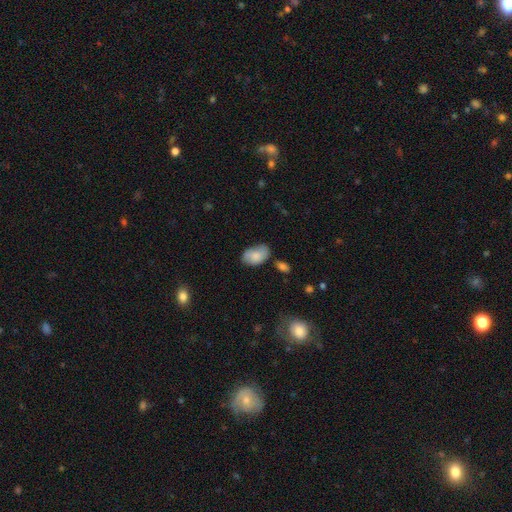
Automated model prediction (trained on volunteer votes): A smooth galaxy with no disk features (77%) that is in between round and cigar-shaped (92%).

Vote fractions:
- Smooth or featured? smooth: 77% / featured or disk: 16% / star or artifact: 7%
- How rounded? in between: 92% / round: 7% / cigar-shaped: 1%
- Merging? none: 58% / minor disturbance: 30% / major disturbance: 7% / merger: 6%